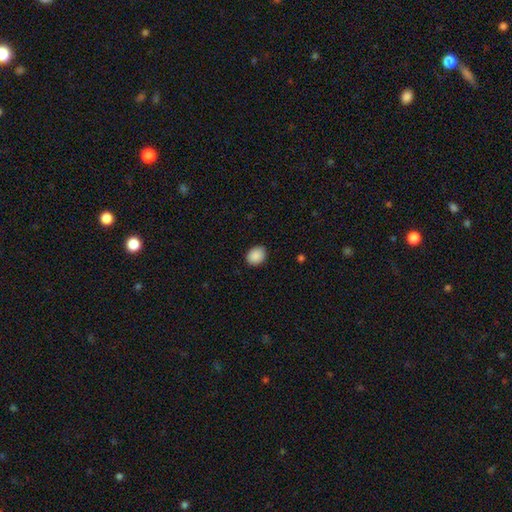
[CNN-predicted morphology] Overall: smooth (89%). How rounded: round (52%; in between 47%). Merging: none (88%).